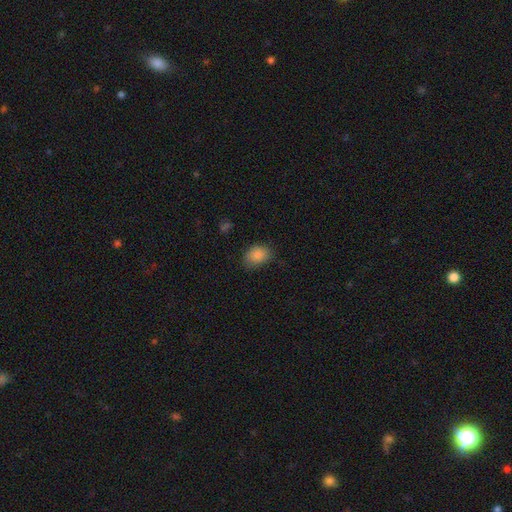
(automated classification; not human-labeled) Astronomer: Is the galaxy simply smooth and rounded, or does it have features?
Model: smooth — 87%.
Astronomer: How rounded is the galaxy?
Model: in between — 73%.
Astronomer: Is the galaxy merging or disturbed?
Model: none — 75%.